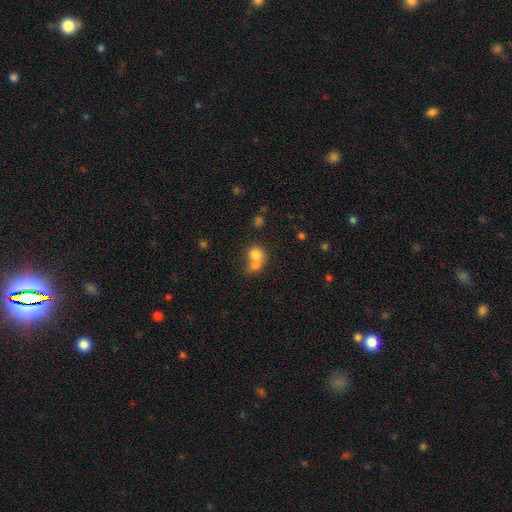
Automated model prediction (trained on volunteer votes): Smooth or featured: smooth — 75% (featured or disk — 15%)
How rounded: round — 66% (in between — 33%)
Merging: merger — 66% (none — 24%)